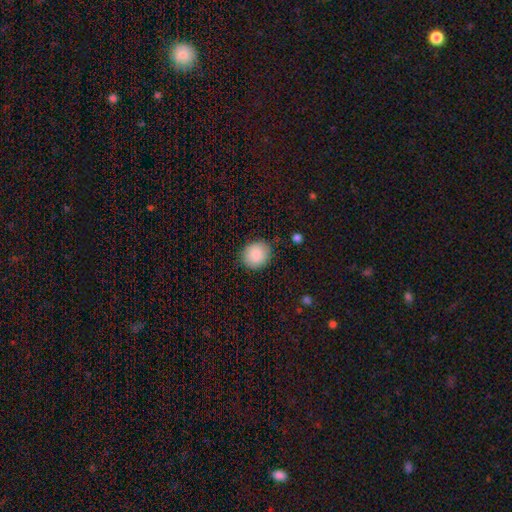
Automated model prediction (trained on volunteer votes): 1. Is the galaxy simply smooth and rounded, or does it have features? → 88% smooth, 7% star or artifact, 4% featured or disk.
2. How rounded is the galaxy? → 74% round, 25% in between, 1% cigar-shaped.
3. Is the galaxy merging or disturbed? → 85% none, 11% minor disturbance, 3% major disturbance, 1% merger.